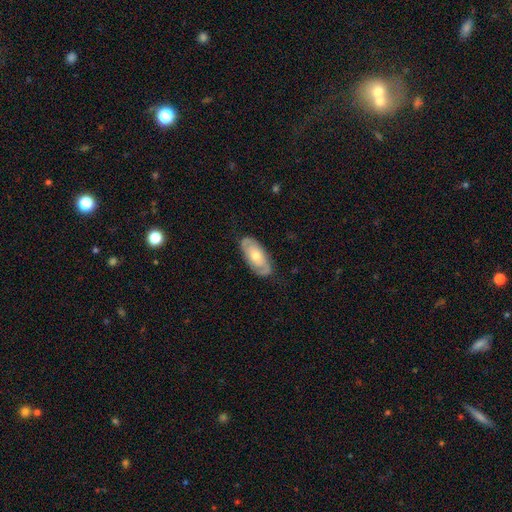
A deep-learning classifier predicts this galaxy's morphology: The model was most divided on "smooth or featured": featured or disk: 56%, smooth: 38%, star or artifact: 5%. More confident: edge-on disk — no (88%); merging — none (81%).